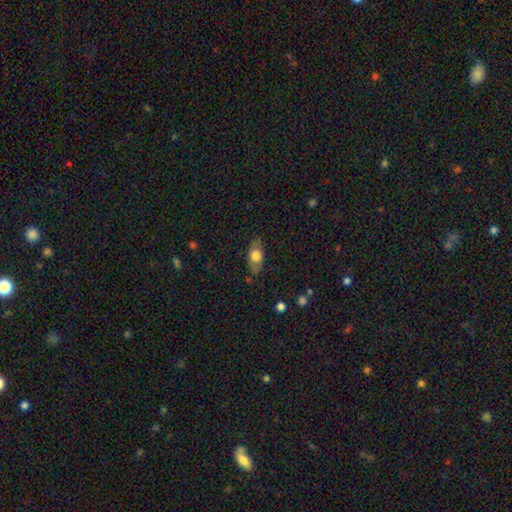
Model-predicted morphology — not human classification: Smooth or featured: smooth — 65% (featured or disk — 28%)
How rounded: in between — 83% (cigar-shaped — 10%)
Merging: none — 80% (minor disturbance — 15%)